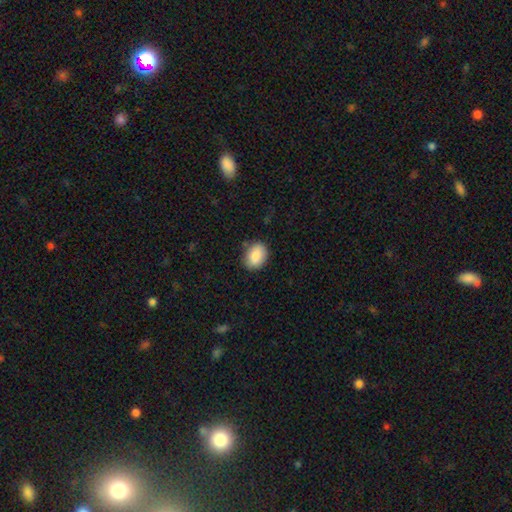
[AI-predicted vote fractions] smooth_or_featured: smooth (p=0.87) [alt: star or artifact p=0.07]
how_rounded: in between (p=0.74) [alt: round p=0.25]
merging: none (p=0.84) [alt: minor disturbance p=0.12]